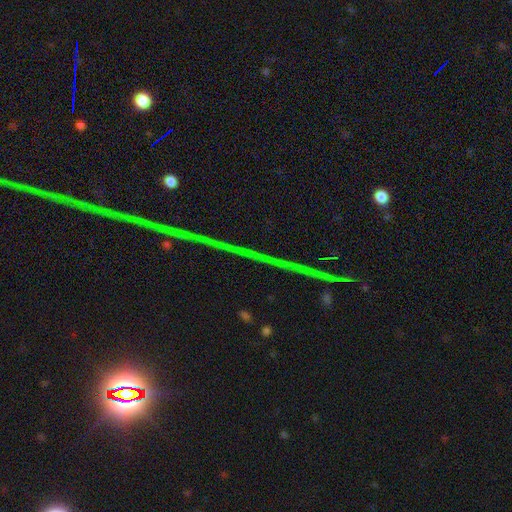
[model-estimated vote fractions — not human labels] The model was most divided on "smooth or featured": star or artifact: 86%, featured or disk: 8%, smooth: 6%.